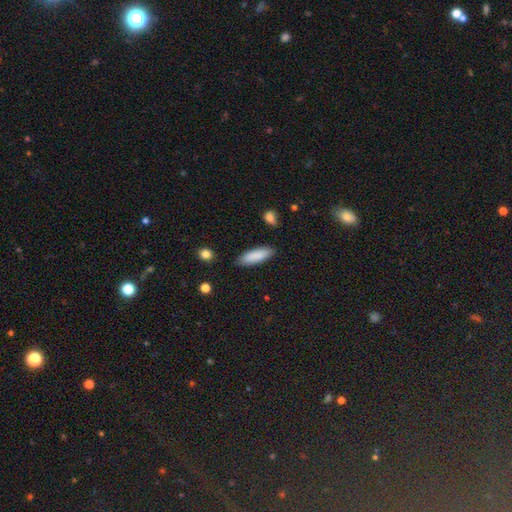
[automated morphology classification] This appears to be a smooth galaxy with no disk features (87%) that is in between round and cigar-shaped (50%). Merging: none (86%).